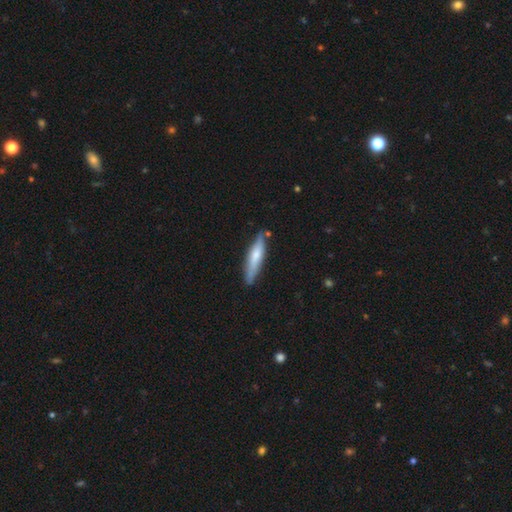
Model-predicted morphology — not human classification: Smooth or featured? Predicted: smooth (p=0.59). How rounded? Predicted: cigar-shaped (p=0.82). Merging? Predicted: none (p=0.78).